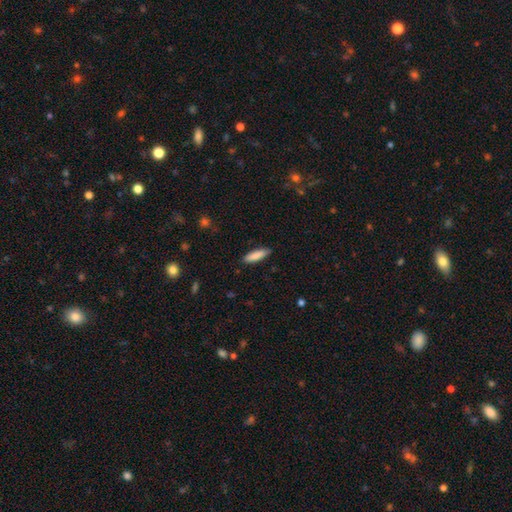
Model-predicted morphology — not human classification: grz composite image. It shows a smooth galaxy with no disk features (87%) that is cigar-shaped (61%). Merging: none (87%).